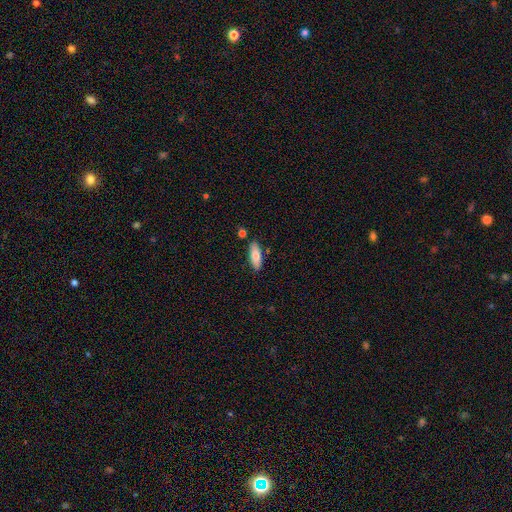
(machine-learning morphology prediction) Smooth or featured? smooth (78%)
How rounded? in between (65%)
Merging? none (83%)